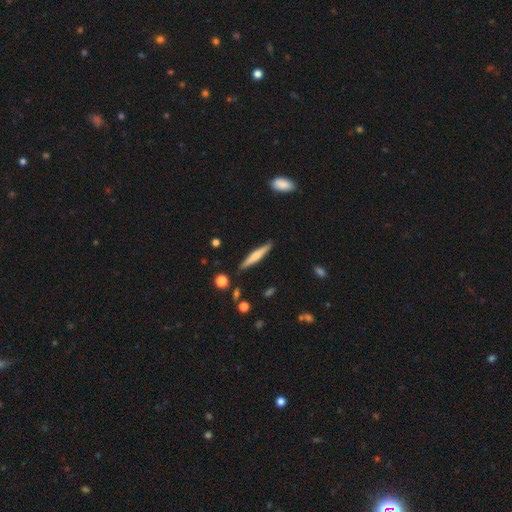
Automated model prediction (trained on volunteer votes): Smooth or featured?
  - smooth: 52% *
  - featured or disk: 42%
  - star or artifact: 6%
How rounded?
  - cigar-shaped: 92% *
  - in between: 6%
  - round: 1%
Merging?
  - none: 89% *
  - minor disturbance: 8%
  - merger: 2%
  - major disturbance: 2%